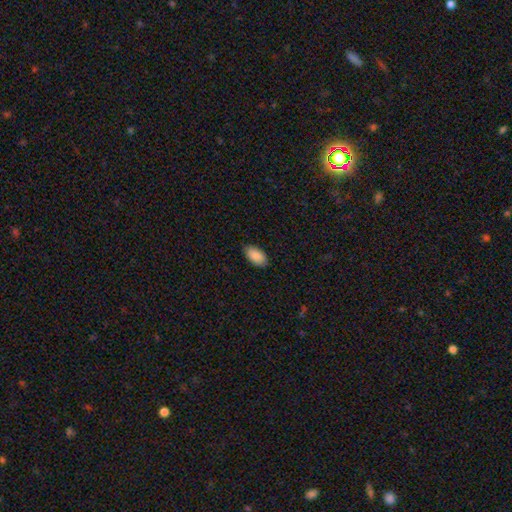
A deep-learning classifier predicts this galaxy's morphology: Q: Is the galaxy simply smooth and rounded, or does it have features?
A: smooth — 90%.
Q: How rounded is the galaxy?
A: in between — 95%.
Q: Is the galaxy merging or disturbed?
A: none — 86%.